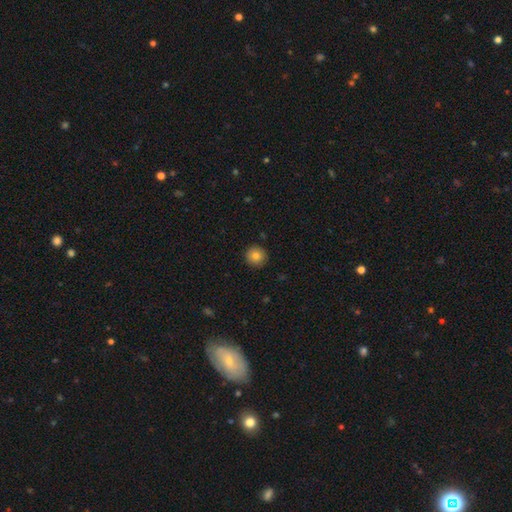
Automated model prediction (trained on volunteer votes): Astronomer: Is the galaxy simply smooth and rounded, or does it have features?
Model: smooth — 82%.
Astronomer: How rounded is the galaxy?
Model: round — 95%.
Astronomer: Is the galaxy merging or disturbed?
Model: none — 91%.